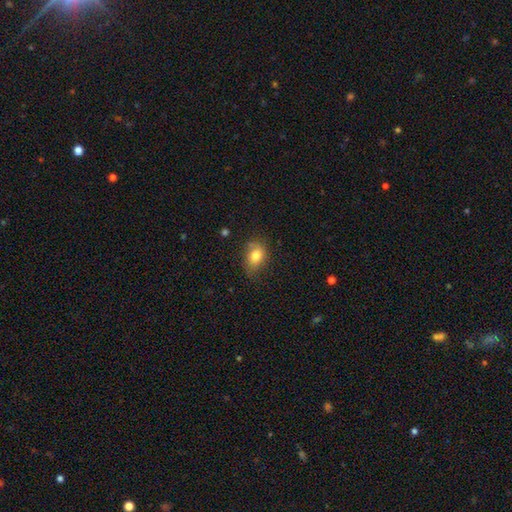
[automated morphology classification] This appears to be a smooth galaxy with no disk features (80%) that is in between round and cigar-shaped (73%). Merging: none (68%).